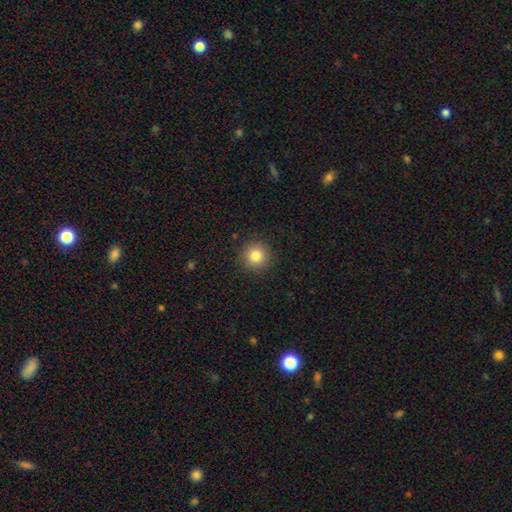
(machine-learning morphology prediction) Smooth or featured?
  - smooth: 82% *
  - star or artifact: 11%
  - featured or disk: 6%
How rounded?
  - round: 94% *
  - in between: 5%
  - cigar-shaped: 1%
Merging?
  - none: 92% *
  - minor disturbance: 5%
  - major disturbance: 2%
  - merger: 1%